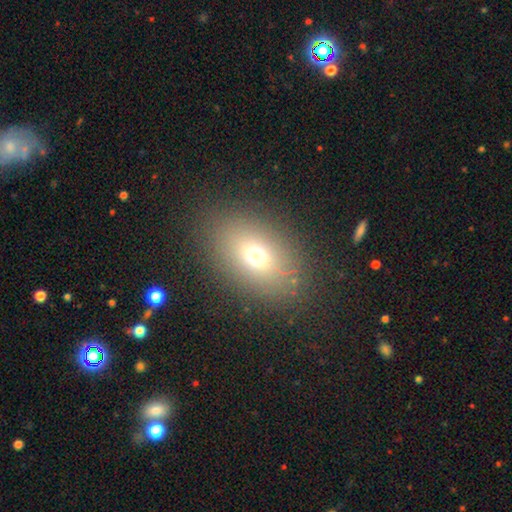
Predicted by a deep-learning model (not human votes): Smooth or featured? Predicted: smooth (p=0.69). How rounded? Predicted: in between (p=0.75). Merging? Predicted: none (p=0.84).